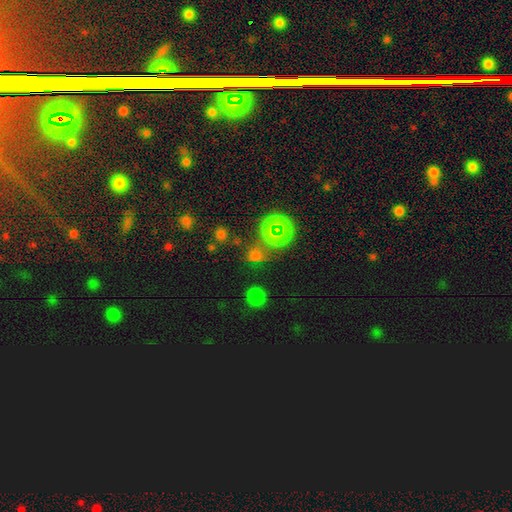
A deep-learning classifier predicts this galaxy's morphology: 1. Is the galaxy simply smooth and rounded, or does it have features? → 51% star or artifact, 41% smooth, 8% featured or disk.